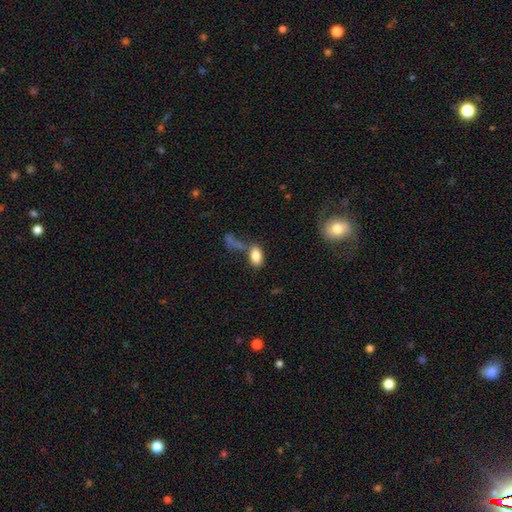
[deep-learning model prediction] Smooth or featured? Predicted: smooth (p=0.83). How rounded? Predicted: in between (p=0.91). Merging? Predicted: none (p=0.52).